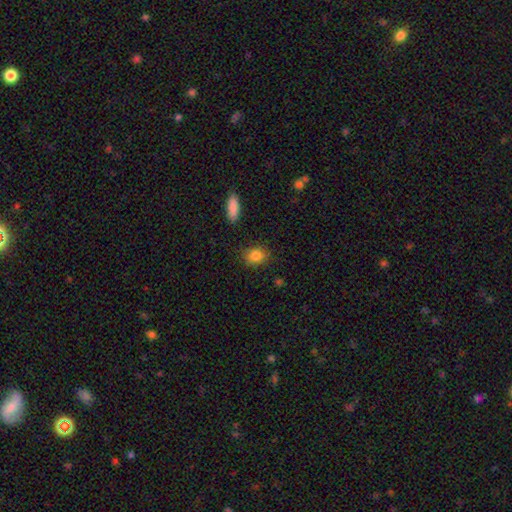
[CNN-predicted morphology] Smooth or featured: smooth — 85% (star or artifact — 9%)
How rounded: round — 54% (in between — 44%)
Merging: none — 84% (minor disturbance — 11%)